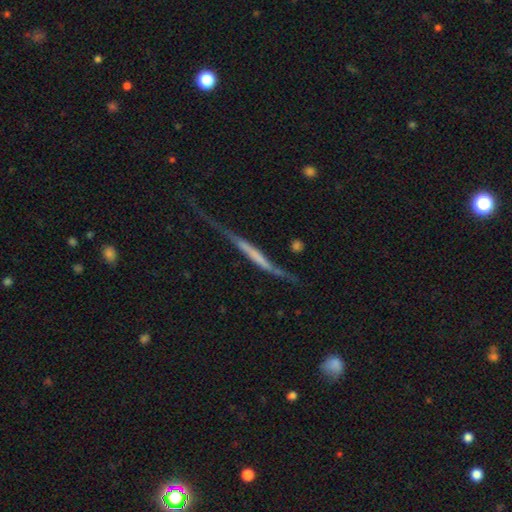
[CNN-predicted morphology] smooth_or_featured: featured or disk (p=0.67) [alt: smooth p=0.25]
disk_edge_on: yes (p=0.87) [alt: no p=0.13]
edge_on_bulge: none (p=0.64) [alt: boxy p=0.22]
merging: none (p=0.47) [alt: minor disturbance p=0.24]